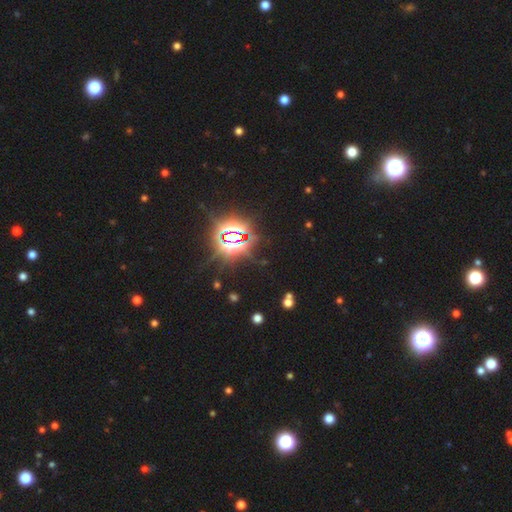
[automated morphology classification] Smooth or featured: star or artifact — 84% (smooth — 10%)